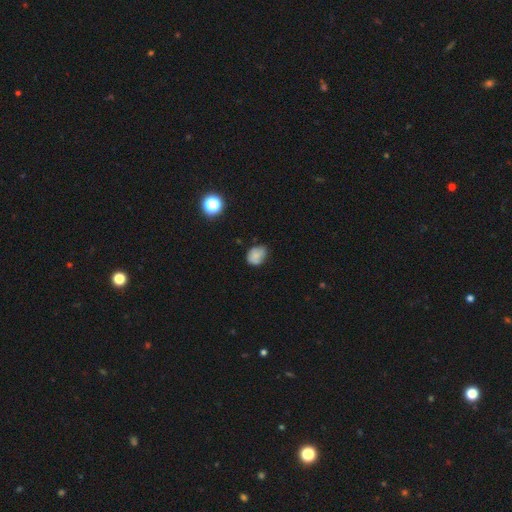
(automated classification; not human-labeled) smooth 74%, featured or disk 15%, star or artifact 11%. Down the decision tree: how rounded — in between (54%); merging — none (59%).